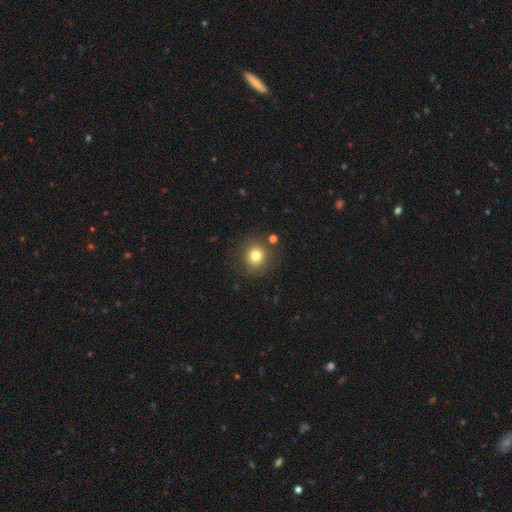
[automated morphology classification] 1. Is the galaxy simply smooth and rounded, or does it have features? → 79% smooth, 13% star or artifact, 8% featured or disk.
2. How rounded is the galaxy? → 89% round, 10% in between, 1% cigar-shaped.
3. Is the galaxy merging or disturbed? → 85% none, 8% minor disturbance, 4% merger, 3% major disturbance.